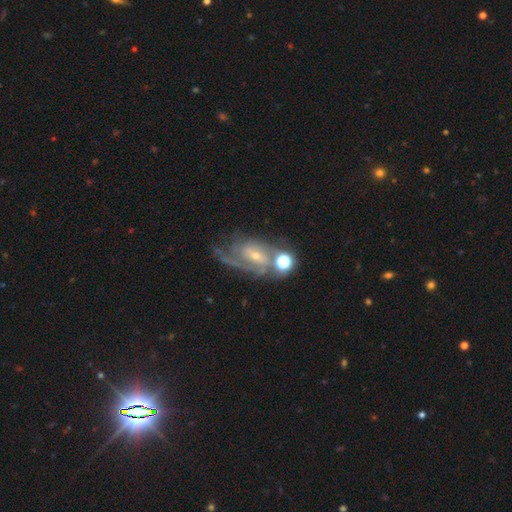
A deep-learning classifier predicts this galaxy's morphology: type=featured or disk (82%); edge-on=no (96%); bar=weak (44%); spiral arms=yes (94%); winding=medium (45%); arm count=2 (43%); bulge=small (68%); merging=none (45%).